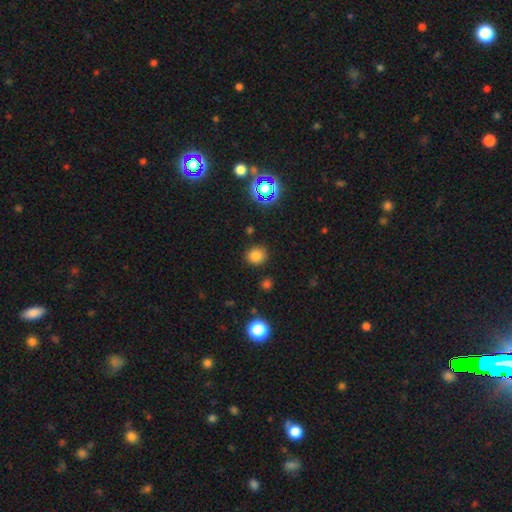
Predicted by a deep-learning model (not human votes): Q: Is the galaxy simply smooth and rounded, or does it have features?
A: smooth — 79%.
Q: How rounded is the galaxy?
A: round — 84%.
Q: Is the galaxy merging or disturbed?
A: none — 86%.